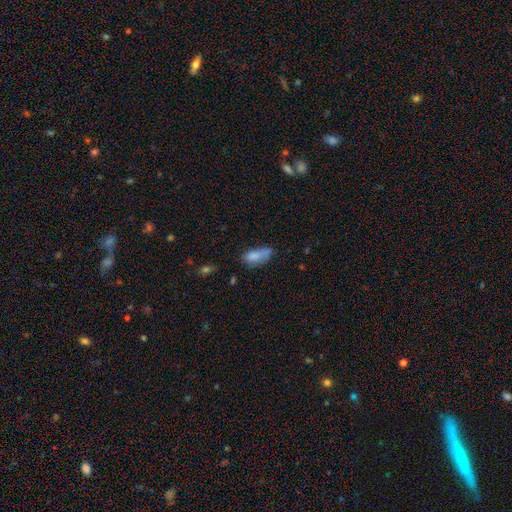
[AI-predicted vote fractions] Smooth or featured? smooth (79%)
How rounded? in between (80%)
Merging? none (41%)